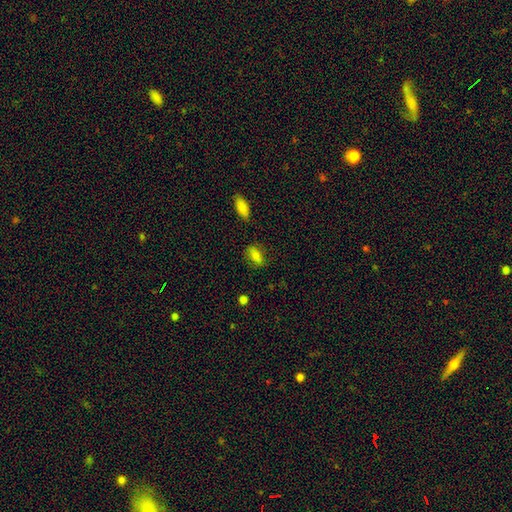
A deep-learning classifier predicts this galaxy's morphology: A smooth galaxy with no disk features (78%) that is in between round and cigar-shaped (83%). Merging: none (75%).